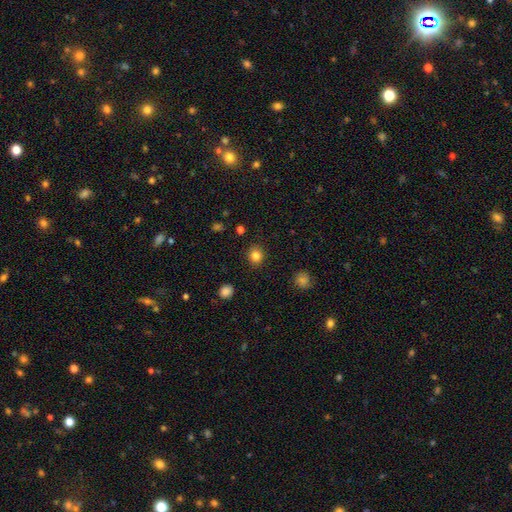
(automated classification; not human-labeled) Q: Smooth or featured?
A: smooth (83%); runner-up: star or artifact (11%)
Q: How rounded?
A: round (81%); runner-up: in between (18%)
Q: Merging?
A: none (90%); runner-up: minor disturbance (7%)